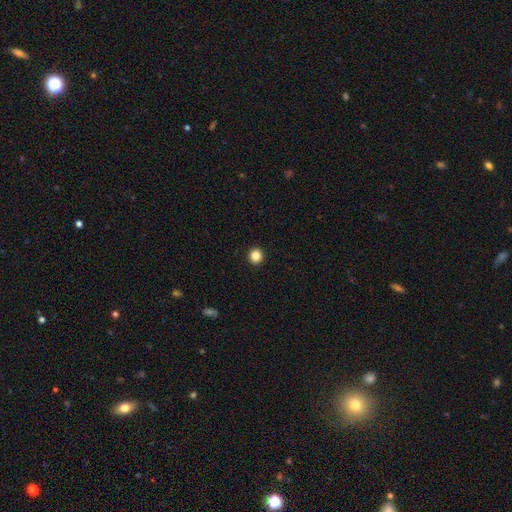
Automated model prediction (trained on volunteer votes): Morphology: type=smooth (85%); roundness=round (93%); merging=none (94%).